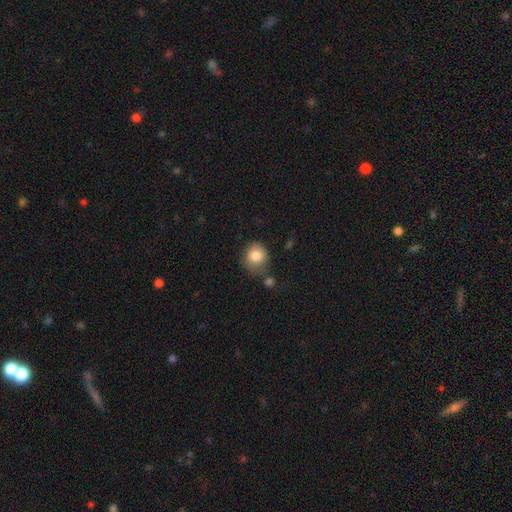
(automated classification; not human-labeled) This is clearly a smooth galaxy (81%). How rounded: likely round (75%). Merging: likely none (63%).